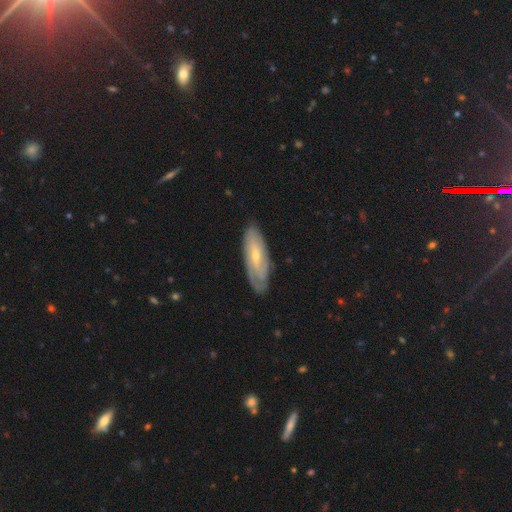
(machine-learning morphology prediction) smooth-or-featured: featured or disk: 67% | smooth: 27% | star or artifact: 6%
  disk-edge-on: no: 81% | yes: 19%
    bar: no: 54% | weak: 36% | strong: 11%
    has-spiral-arms: yes: 82% | no: 18%
    bulge-size: small: 66% | moderate: 30% | none: 2% | large: 1% | dominant: 1%
  merging: none: 76% | minor disturbance: 18% | major disturbance: 5% | merger: 1%